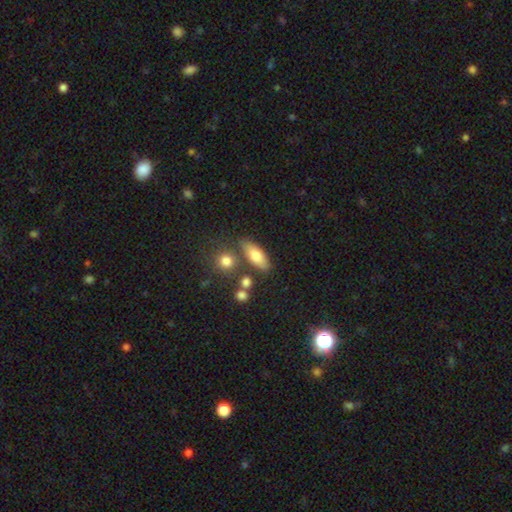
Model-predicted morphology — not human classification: Smooth or featured? smooth (74%)
How rounded? in between (73%)
Merging? none (70%)